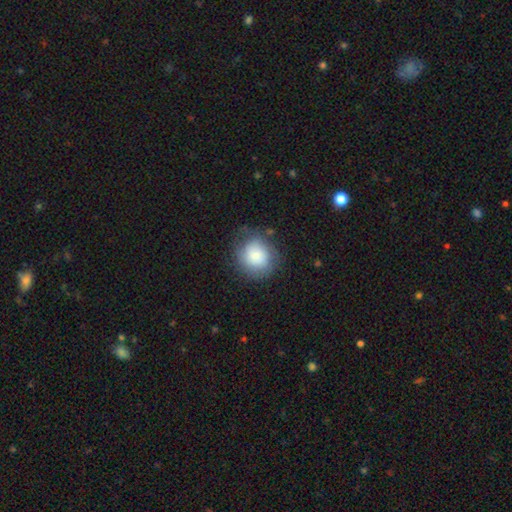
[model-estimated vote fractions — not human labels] Overall: smooth (79%). How rounded: round (79%). Merging: none (70%).